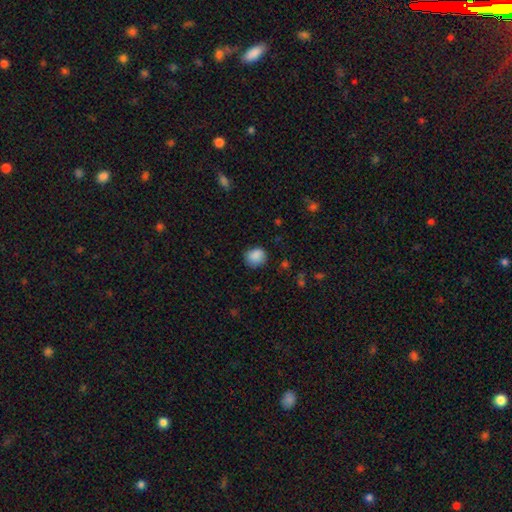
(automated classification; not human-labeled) Smooth or featured? Predicted: smooth (p=0.88). How rounded? Predicted: round (p=0.73). Merging? Predicted: none (p=0.78).